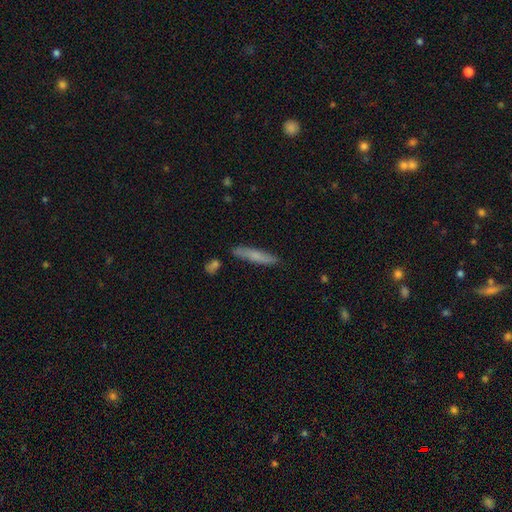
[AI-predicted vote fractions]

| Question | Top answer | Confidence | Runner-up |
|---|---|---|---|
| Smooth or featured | smooth | 68% | featured or disk (26%) |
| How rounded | cigar-shaped | 91% | in between (8%) |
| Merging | none | 82% | minor disturbance (11%) |